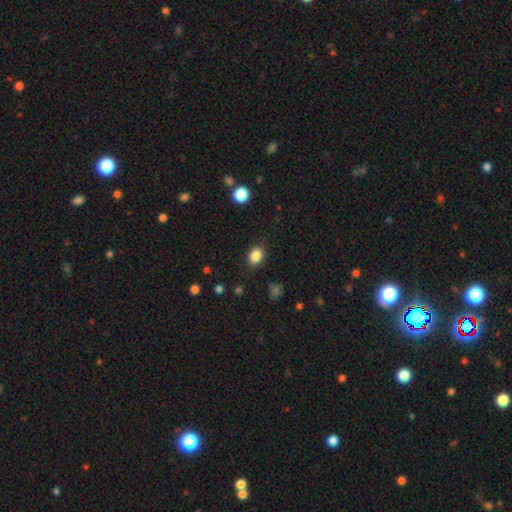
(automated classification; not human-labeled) Smooth or featured?
  - smooth: 86% *
  - star or artifact: 10%
  - featured or disk: 4%
How rounded?
  - in between: 62% *
  - round: 37%
  - cigar-shaped: 1%
Merging?
  - none: 85% *
  - minor disturbance: 11%
  - major disturbance: 3%
  - merger: 1%